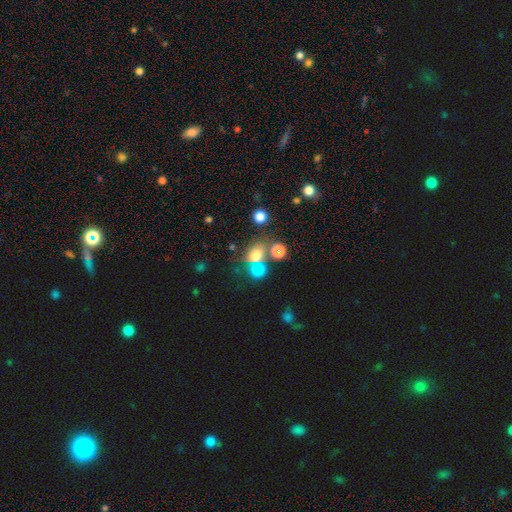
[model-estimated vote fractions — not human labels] This is likely a smooth galaxy (67%). How rounded: possibly round (56%). Merging: possibly none (53%).